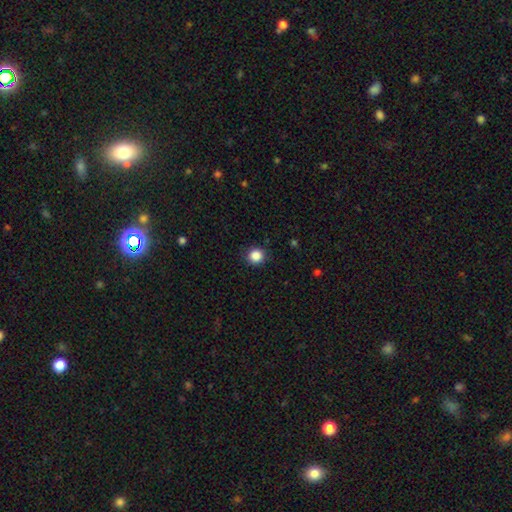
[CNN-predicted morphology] Smooth or featured: smooth — 86% (star or artifact — 11%)
How rounded: round — 93% (in between — 6%)
Merging: none — 89% (minor disturbance — 8%)